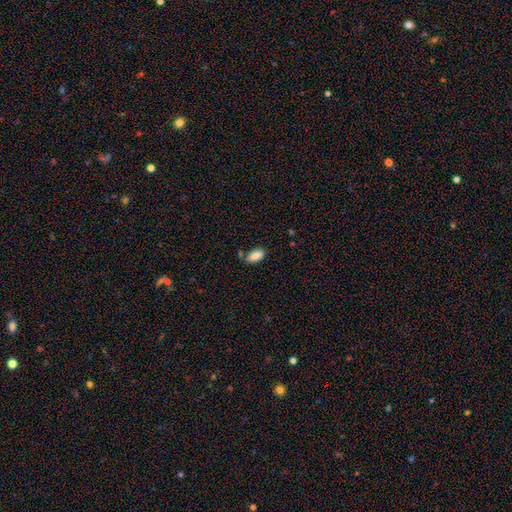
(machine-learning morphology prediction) smooth_or_featured: smooth (p=0.87) [alt: star or artifact p=0.07]
how_rounded: in between (p=0.93) [alt: cigar-shaped p=0.03]
merging: none (p=0.67) [alt: minor disturbance p=0.20]